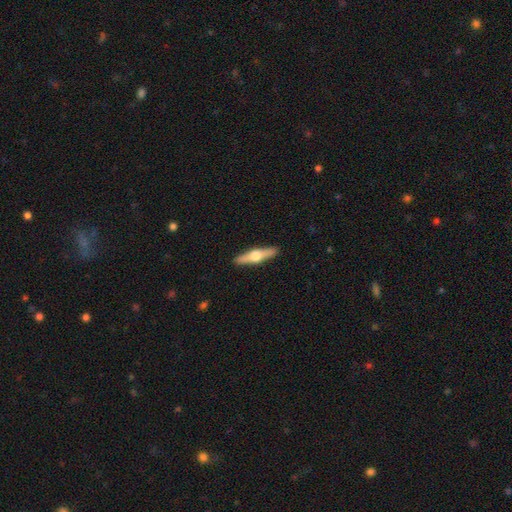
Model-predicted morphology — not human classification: Smooth or featured: featured or disk — 64% (smooth — 31%)
Edge-on disk: yes — 96% (no — 4%)
Edge-on bulge: rounded — 95% (boxy — 3%)
Merging: none — 92% (minor disturbance — 6%)